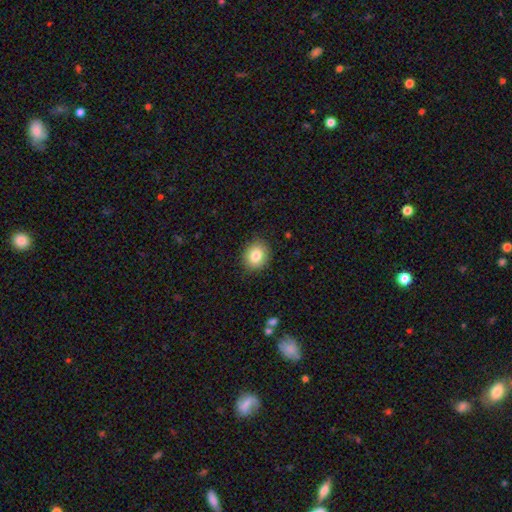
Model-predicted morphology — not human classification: smooth 82%, star or artifact 9%, featured or disk 9%. Down the decision tree: how rounded — round (70%); merging — none (88%).